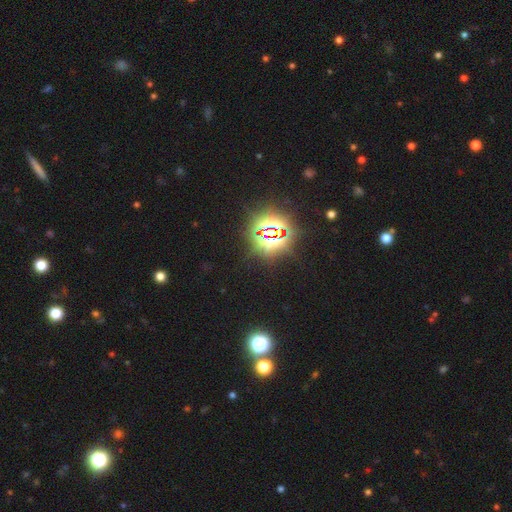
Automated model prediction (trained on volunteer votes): Q: Smooth or featured?
A: star or artifact (84%); runner-up: smooth (10%)